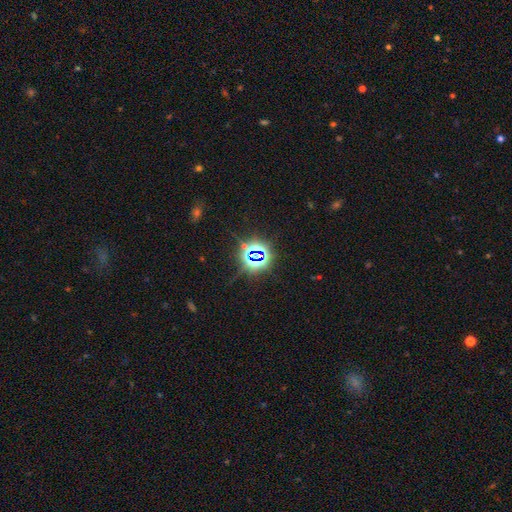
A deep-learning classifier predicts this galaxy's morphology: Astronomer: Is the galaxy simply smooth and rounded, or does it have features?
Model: star or artifact — 81%.